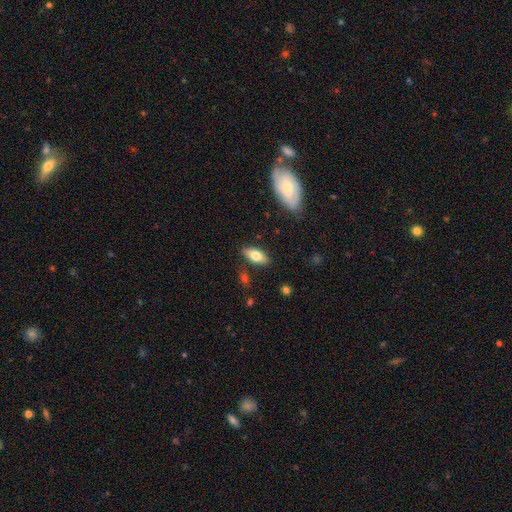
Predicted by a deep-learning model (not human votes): smooth_or_featured: smooth (p=0.73) [alt: featured or disk p=0.20]
how_rounded: in between (p=0.85) [alt: cigar-shaped p=0.13]
merging: none (p=0.83) [alt: minor disturbance p=0.12]